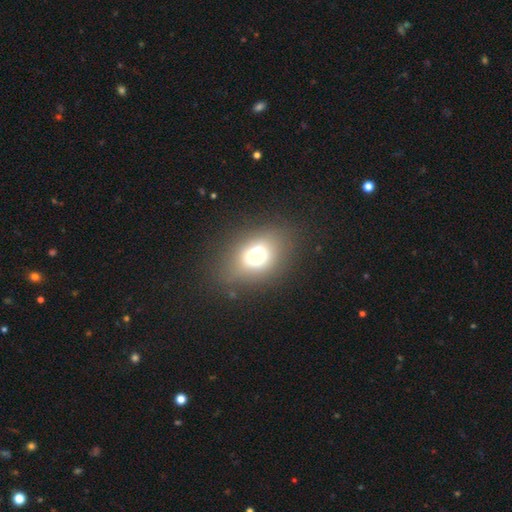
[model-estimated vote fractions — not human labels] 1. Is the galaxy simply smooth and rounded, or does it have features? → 64% smooth, 19% featured or disk, 17% star or artifact.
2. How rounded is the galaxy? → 60% in between, 38% round, 2% cigar-shaped.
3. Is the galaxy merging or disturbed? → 65% none, 16% minor disturbance, 10% major disturbance, 9% merger.